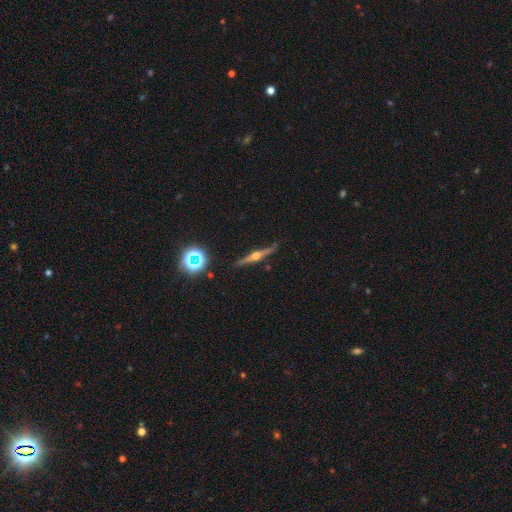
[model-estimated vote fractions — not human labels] Smooth or featured? Predicted: featured or disk (p=0.80). Edge-on disk? Predicted: yes (p=0.97). Edge-on bulge? Predicted: rounded (p=0.94). Merging? Predicted: none (p=0.84).